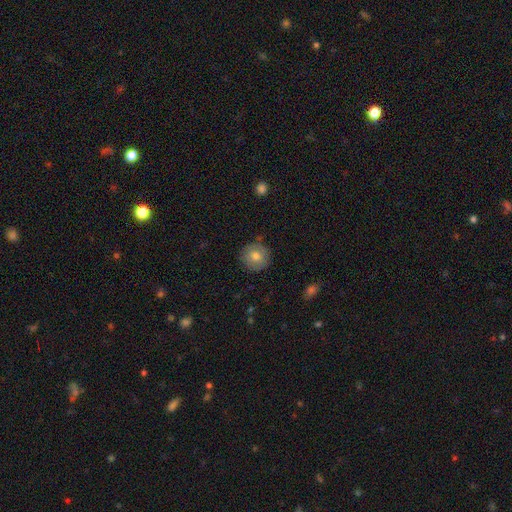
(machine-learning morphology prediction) Overall: smooth (76%). How rounded: round (93%). Merging: none (83%).